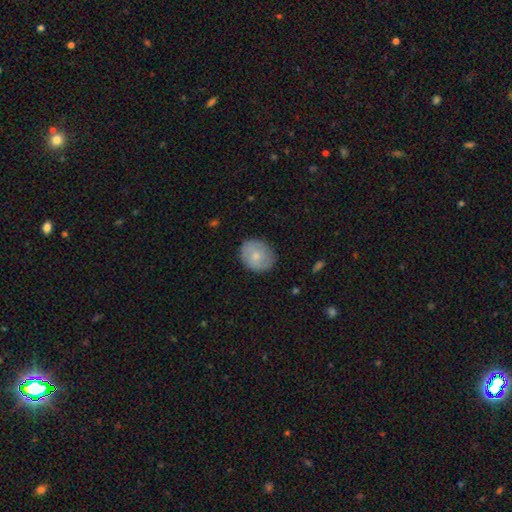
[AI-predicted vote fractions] smooth_or_featured: smooth (p=0.65) [alt: featured or disk p=0.28]
how_rounded: round (p=0.68) [alt: in between p=0.31]
merging: none (p=0.83) [alt: minor disturbance p=0.13]